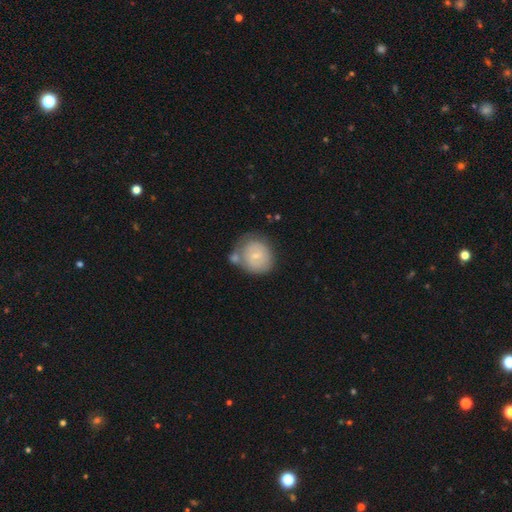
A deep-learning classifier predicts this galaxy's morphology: Smooth or featured?
  - smooth: 62% *
  - featured or disk: 32%
  - star or artifact: 7%
How rounded?
  - round: 82% *
  - in between: 17%
  - cigar-shaped: 1%
Merging?
  - none: 47% *
  - merger: 24%
  - minor disturbance: 21%
  - major disturbance: 9%